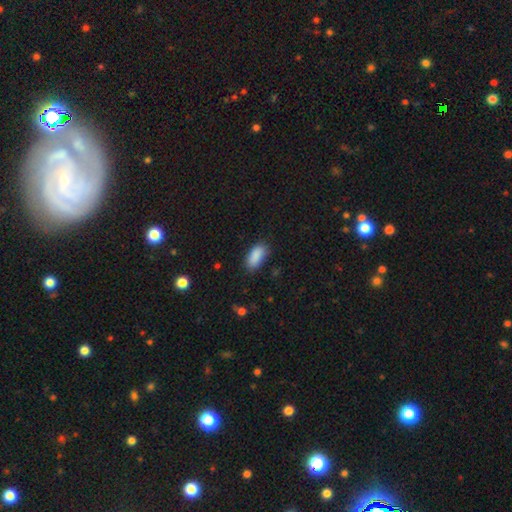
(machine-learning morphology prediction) Smooth or featured?
  - smooth: 89% *
  - star or artifact: 7%
  - featured or disk: 3%
How rounded?
  - in between: 89% *
  - cigar-shaped: 8%
  - round: 2%
Merging?
  - none: 82% *
  - minor disturbance: 14%
  - major disturbance: 3%
  - merger: 1%